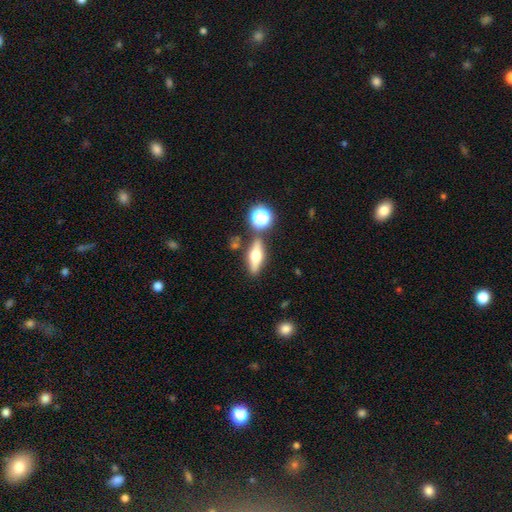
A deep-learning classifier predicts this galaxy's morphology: This appears to be a featured or disk galaxy (51%) viewed edge-on (89%). Merging: none (80%).